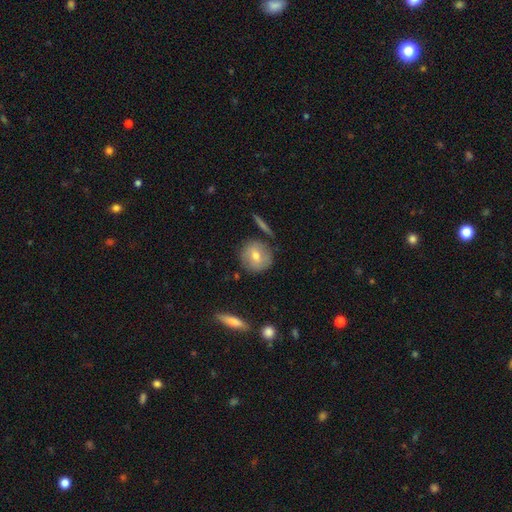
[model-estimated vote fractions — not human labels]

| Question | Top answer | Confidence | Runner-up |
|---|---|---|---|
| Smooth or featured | smooth | 64% | featured or disk (28%) |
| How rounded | round | 90% | in between (8%) |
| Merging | none | 79% | minor disturbance (13%) |